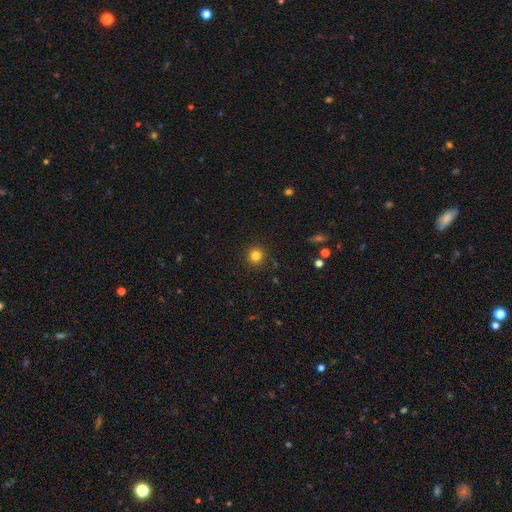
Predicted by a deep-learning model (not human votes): Smooth or featured? smooth (81%)
How rounded? round (95%)
Merging? none (92%)